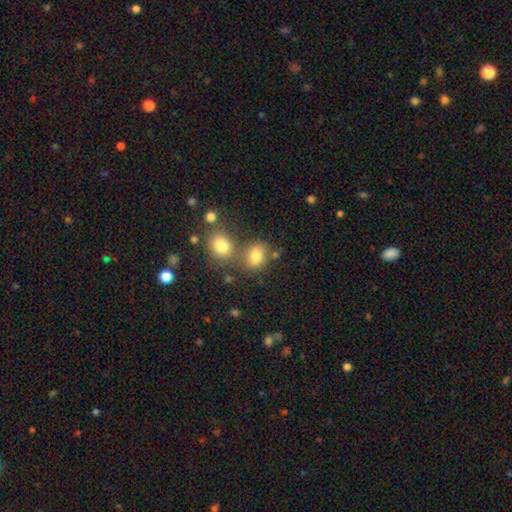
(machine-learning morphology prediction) smooth_or_featured: smooth (p=0.77) [alt: star or artifact p=0.14]
how_rounded: round (p=0.53) [alt: in between p=0.46]
merging: none (p=0.56) [alt: merger p=0.28]